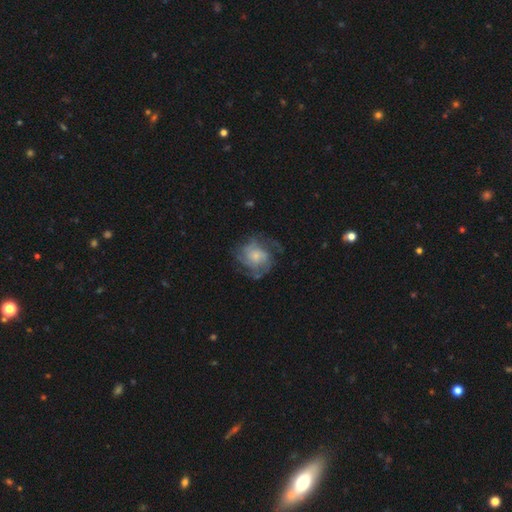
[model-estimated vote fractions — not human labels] featured or disk 70%, smooth 22%, star or artifact 7%. Down the decision tree: edge-on disk — no (98%); bar — no (76%); spiral arms — yes (87%); spiral arm count — can't tell (39%); spiral winding — tight (45%); bulge size — small (57%); merging — none (61%).